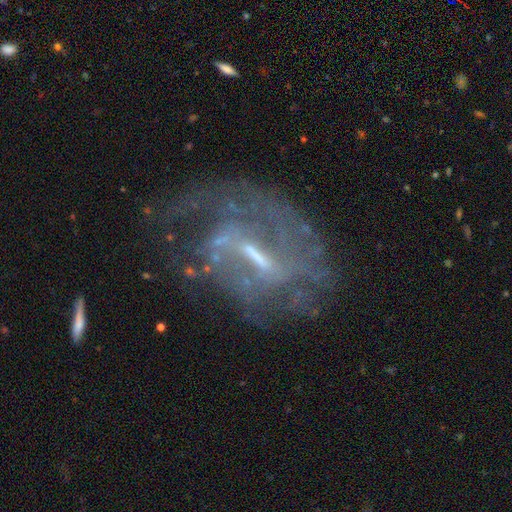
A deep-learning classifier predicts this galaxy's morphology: Smooth or featured?
  - featured or disk: 82% *
  - star or artifact: 9%
  - smooth: 9%
Edge-on disk?
  - no: 93% *
  - yes: 7%
Bar?
  - strong: 49% *
  - weak: 39%
  - no: 12%
Spiral arms?
  - yes: 76% *
  - no: 24%
Spiral winding?
  - medium: 39% *
  - loose: 33%
  - tight: 27%
Spiral arm count?
  - 2: 45% *
  - can't tell: 32%
  - 1: 8%
  - 3: 7%
  - 4: 4%
  - more than 4: 3%
Bulge size?
  - small: 44% *
  - moderate: 31%
  - none: 21%
  - large: 3%
  - dominant: 1%
Merging?
  - none: 52% *
  - major disturbance: 25%
  - minor disturbance: 20%
  - merger: 4%